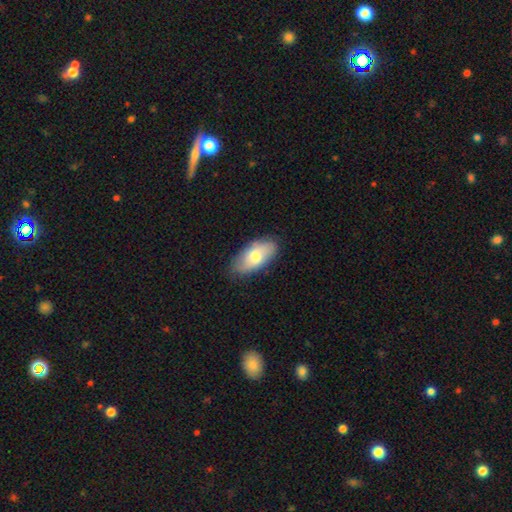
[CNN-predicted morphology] This is likely a smooth galaxy (70%). How rounded: clearly in between (93%). Merging: likely none (78%).